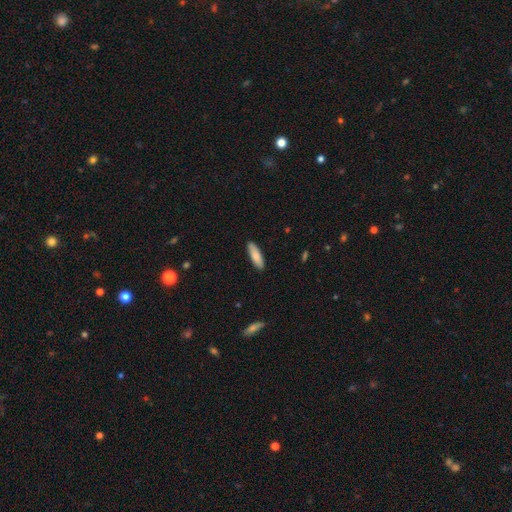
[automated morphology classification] The model was most divided on "how rounded": cigar-shaped: 52%, in between: 46%, round: 2%. More confident: merging — none (89%); smooth or featured — smooth (82%).